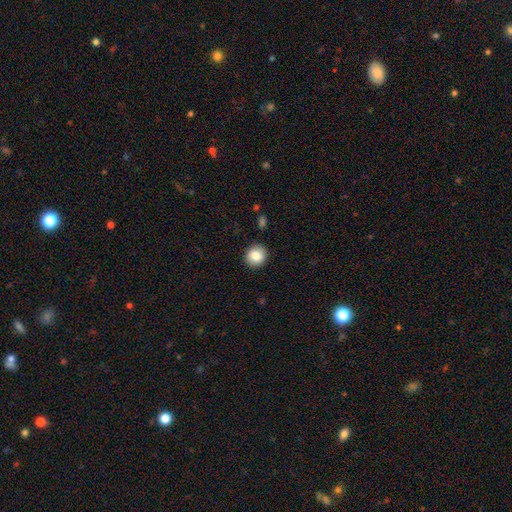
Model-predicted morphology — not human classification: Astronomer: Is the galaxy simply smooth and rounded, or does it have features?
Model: smooth — 85%.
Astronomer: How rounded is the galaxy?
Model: round — 84%.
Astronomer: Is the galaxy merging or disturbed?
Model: none — 90%.